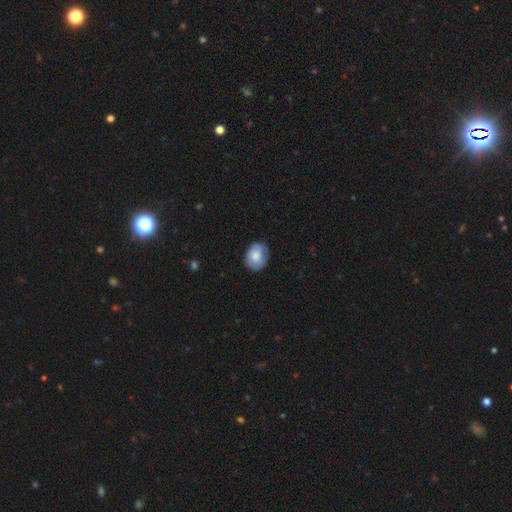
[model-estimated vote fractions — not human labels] smooth_or_featured: smooth (p=0.76) [alt: featured or disk p=0.18]
how_rounded: in between (p=0.57) [alt: round p=0.42]
merging: none (p=0.73) [alt: minor disturbance p=0.21]